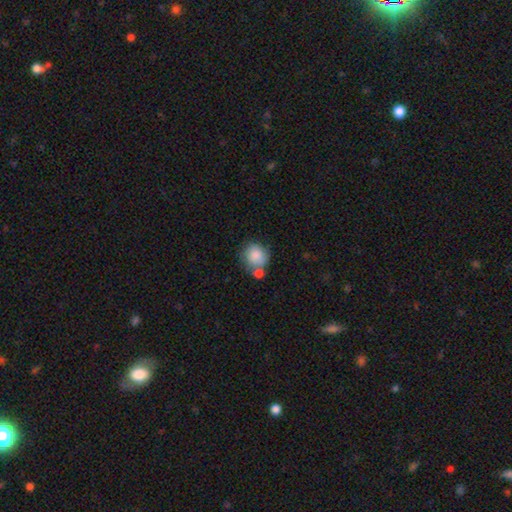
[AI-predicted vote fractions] Smooth or featured? Predicted: smooth (p=0.82). How rounded? Predicted: round (p=0.79). Merging? Predicted: none (p=0.47).